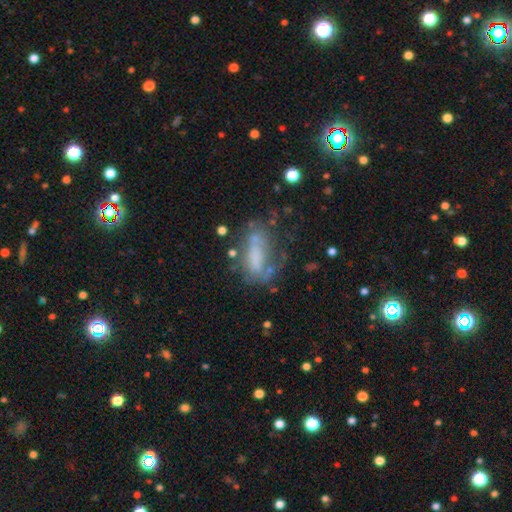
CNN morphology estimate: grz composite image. It shows a smooth galaxy with no disk features (45%). Merging: none (41%).